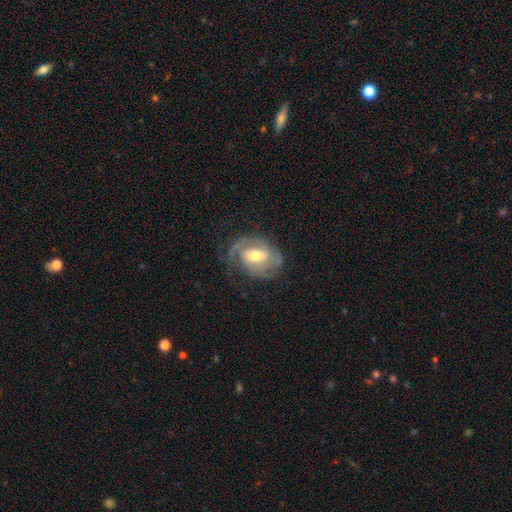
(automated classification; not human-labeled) featured or disk 83%, smooth 12%, star or artifact 5%. Down the decision tree: edge-on disk — no (97%); bar — weak (47%); spiral arms — yes (93%); spiral arm count — 2 (51%); spiral winding — tight (49%); bulge size — moderate (64%); merging — none (64%).